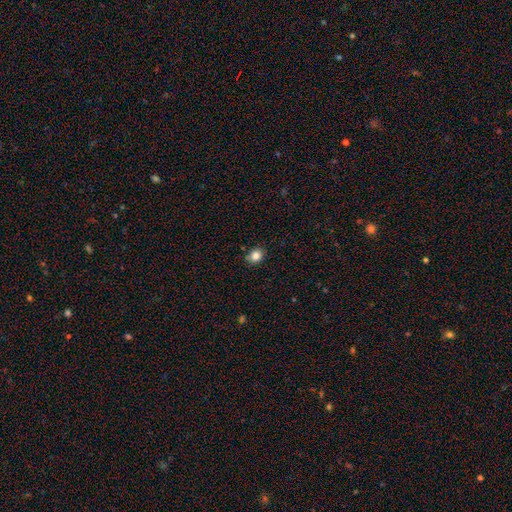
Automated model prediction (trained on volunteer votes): A smooth galaxy with no disk features (83%) that is round (62%).

Vote fractions:
- Smooth or featured? smooth: 83% / star or artifact: 11% / featured or disk: 6%
- How rounded? round: 62% / in between: 37% / cigar-shaped: 1%
- Merging? none: 86% / minor disturbance: 10% / major disturbance: 2% / merger: 2%